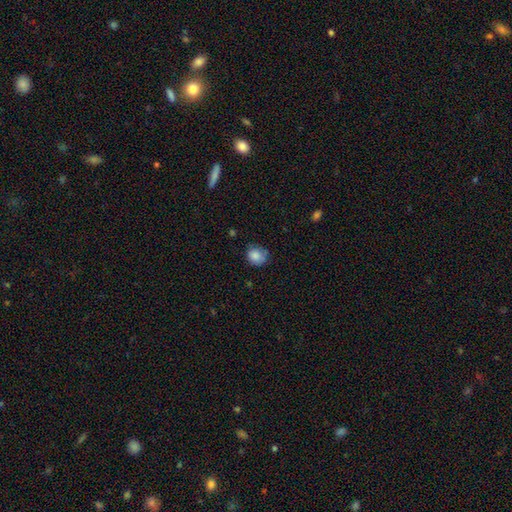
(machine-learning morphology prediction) The model was most divided on "merging": none: 62%, minor disturbance: 29%, major disturbance: 7%, merger: 2%. More confident: smooth or featured — smooth (83%); how rounded — round (76%).